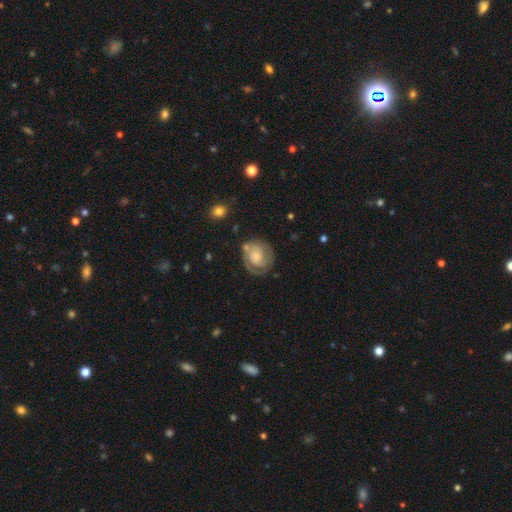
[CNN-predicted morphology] This is likely a featured or disk galaxy (65%). It is clearly not viewed edge-on (98%). Bar: likely no (71%). Spiral arm pattern: clearly yes (87%). Spiral arm count: marginally 2 (39%). Spiral winding: likely tight (64%). Central bulge: marginally small (40%). Merging: likely none (64%).